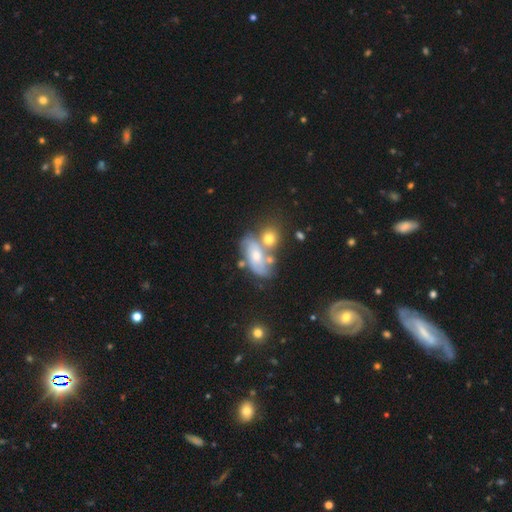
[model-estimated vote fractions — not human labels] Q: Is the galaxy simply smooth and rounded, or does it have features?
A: featured or disk — 57%.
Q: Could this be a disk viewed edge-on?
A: no — 94%.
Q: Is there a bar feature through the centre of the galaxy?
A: no — 71%.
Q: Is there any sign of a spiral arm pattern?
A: yes — 71%.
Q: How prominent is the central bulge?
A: moderate — 51%.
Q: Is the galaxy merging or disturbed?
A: merger — 38%.